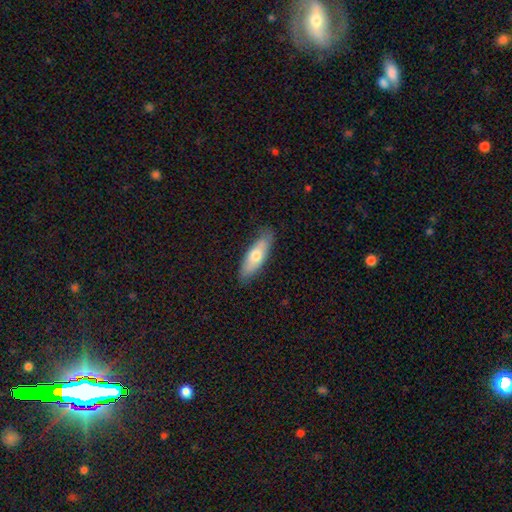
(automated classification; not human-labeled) smooth_or_featured: smooth (p=0.65) [alt: featured or disk p=0.30]
how_rounded: in between (p=0.56) [alt: cigar-shaped p=0.42]
merging: none (p=0.83) [alt: minor disturbance p=0.14]